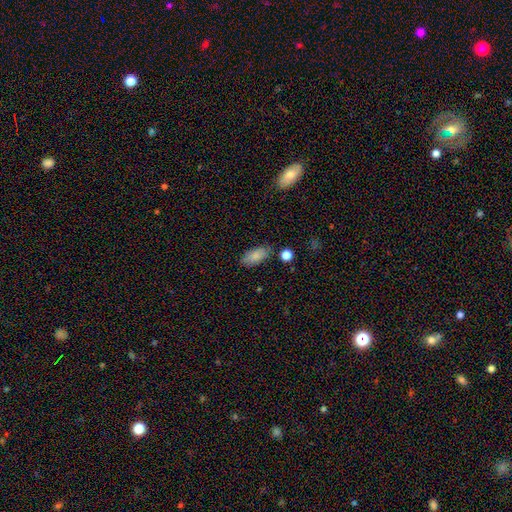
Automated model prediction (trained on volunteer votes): A smooth galaxy with no disk features (84%) that is in between round and cigar-shaped (90%).

Vote fractions:
- Smooth or featured? smooth: 84% / featured or disk: 9% / star or artifact: 7%
- How rounded? in between: 90% / cigar-shaped: 6% / round: 3%
- Merging? none: 79% / minor disturbance: 14% / merger: 3% / major disturbance: 3%